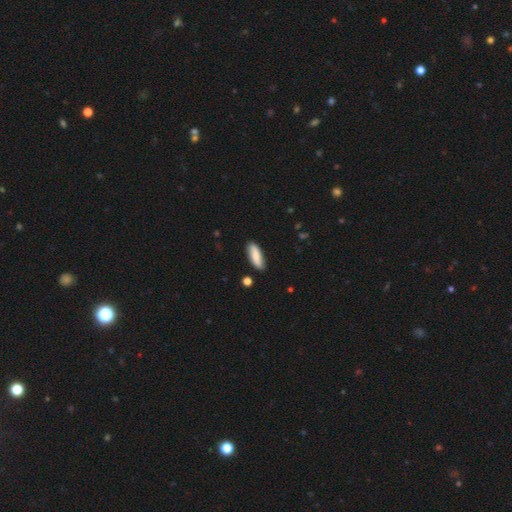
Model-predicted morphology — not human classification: Smooth or featured? Predicted: smooth (p=0.79). How rounded? Predicted: in between (p=0.53). Merging? Predicted: none (p=0.85).